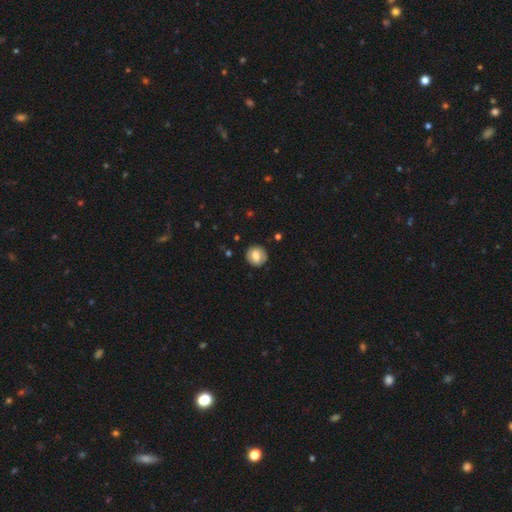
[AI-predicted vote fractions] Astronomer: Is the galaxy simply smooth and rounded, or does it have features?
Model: smooth — 68%.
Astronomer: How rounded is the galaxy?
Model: round — 86%.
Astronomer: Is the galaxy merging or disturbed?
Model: none — 86%.